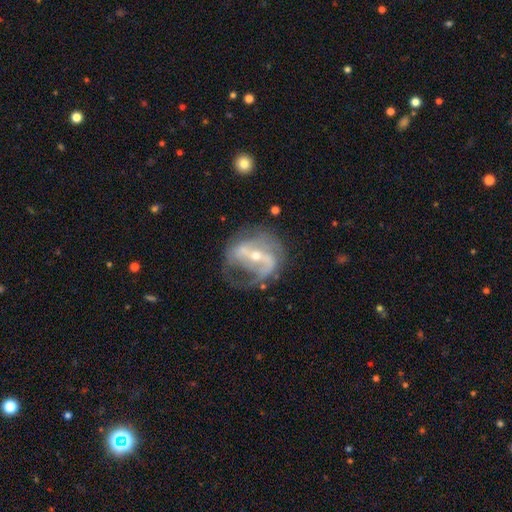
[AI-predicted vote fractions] Overall: featured or disk (83%). Edge-on disk: no (95%). Bar: strong (51%; weak 30%). Spiral arms: yes (87%). Spiral arm count: 2 (65%). Spiral winding: medium (43%; loose 36%). Bulge size: small (56%; moderate 41%). Merging: none (47%; major disturbance 26%).